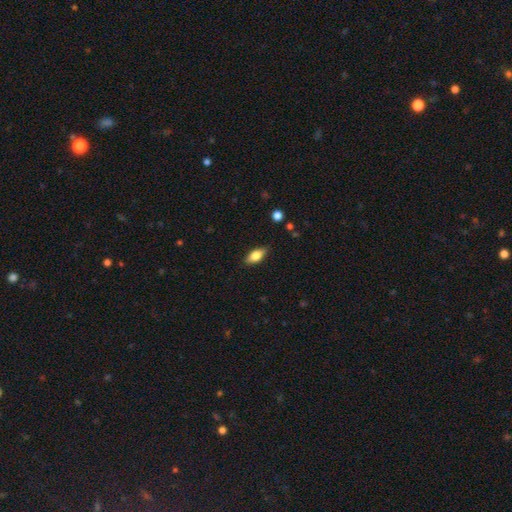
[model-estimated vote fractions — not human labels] A smooth galaxy with no disk features (76%) that is in between round and cigar-shaped (86%).

Vote fractions:
- Smooth or featured? smooth: 76% / featured or disk: 17% / star or artifact: 7%
- How rounded? in between: 86% / cigar-shaped: 11% / round: 4%
- Merging? none: 84% / minor disturbance: 12% / major disturbance: 2% / merger: 1%